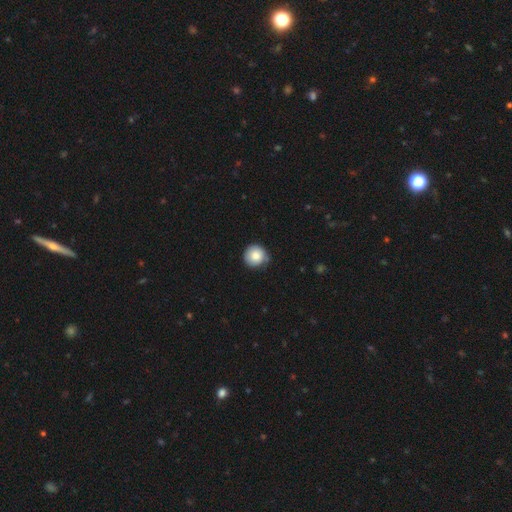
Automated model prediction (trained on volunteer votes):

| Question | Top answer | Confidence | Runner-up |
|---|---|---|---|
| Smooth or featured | smooth | 82% | featured or disk (10%) |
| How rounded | round | 94% | in between (5%) |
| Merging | none | 75% | minor disturbance (20%) |